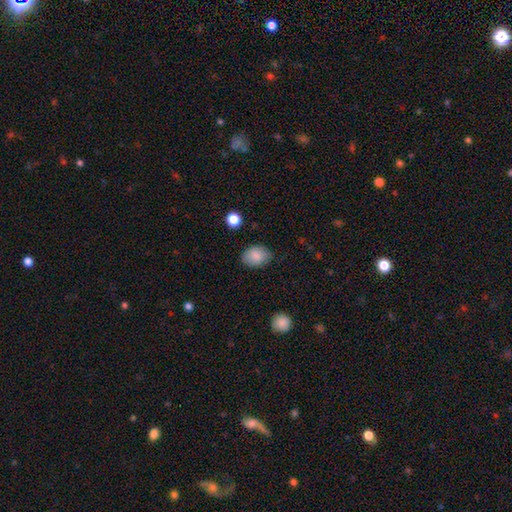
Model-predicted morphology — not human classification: This appears to be a smooth galaxy with no disk features (86%) that is in between round and cigar-shaped (73%). Merging: none (79%).